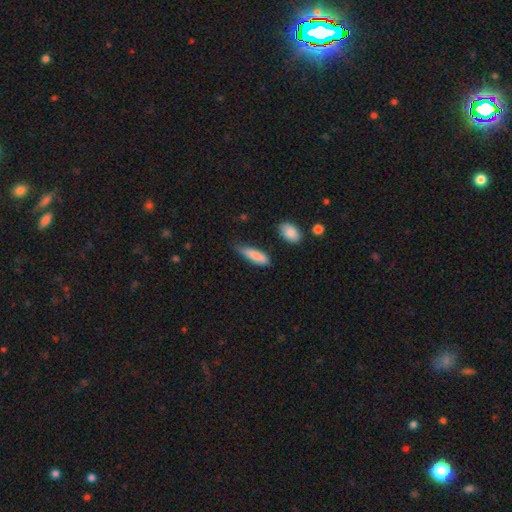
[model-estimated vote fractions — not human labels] Overall: smooth (84%). How rounded: cigar-shaped (57%; in between 41%). Merging: none (56%; minor disturbance 34%).